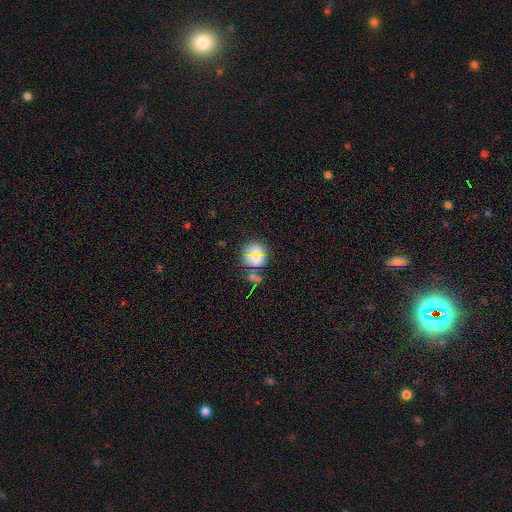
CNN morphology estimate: type=smooth (65%); roundness=round (89%); merging=none (80%).